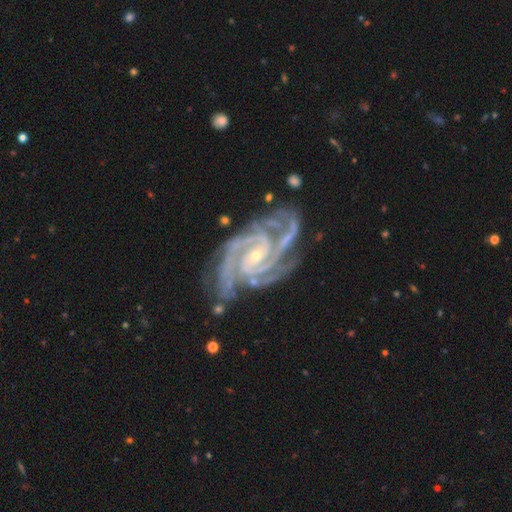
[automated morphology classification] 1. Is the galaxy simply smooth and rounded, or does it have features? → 94% featured or disk, 5% star or artifact, 2% smooth.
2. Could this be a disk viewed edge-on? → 98% no, 2% yes.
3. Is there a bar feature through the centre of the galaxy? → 45% no, 34% weak, 21% strong.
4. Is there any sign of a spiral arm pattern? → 99% yes, 1% no.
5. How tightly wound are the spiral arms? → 65% tight, 32% medium, 3% loose.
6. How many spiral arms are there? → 35% 3, 29% 4, 15% 2, 8% can't tell, 7% more than 4, 6% 1.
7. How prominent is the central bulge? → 80% small, 17% moderate, 2% none, 1% large, 1% dominant.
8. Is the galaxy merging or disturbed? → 69% none, 20% minor disturbance, 8% major disturbance, 2% merger.